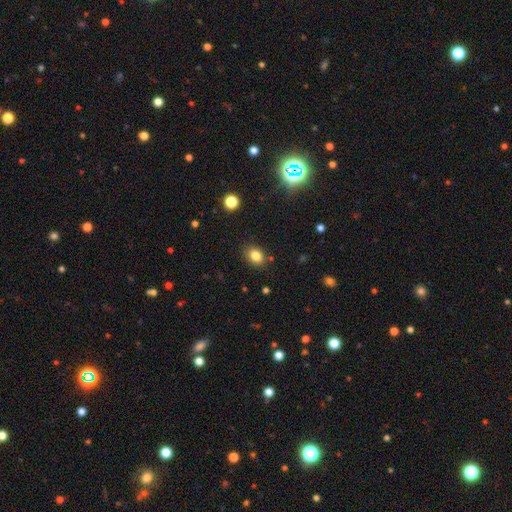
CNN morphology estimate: A smooth galaxy with no disk features (82%) that is in between round and cigar-shaped (60%). Merging: none (83%).